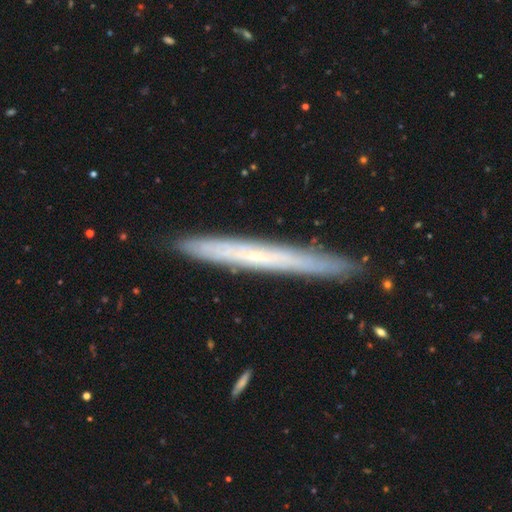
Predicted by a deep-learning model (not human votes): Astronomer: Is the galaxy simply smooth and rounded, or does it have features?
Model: featured or disk — 59%.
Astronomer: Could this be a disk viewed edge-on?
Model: yes — 91%.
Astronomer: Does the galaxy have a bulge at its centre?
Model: none — 80%.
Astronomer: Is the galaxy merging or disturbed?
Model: none — 89%.